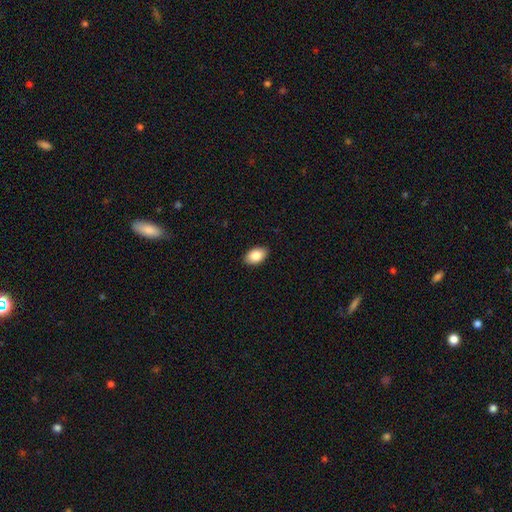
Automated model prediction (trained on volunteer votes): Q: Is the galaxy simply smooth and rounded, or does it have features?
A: smooth — 86%.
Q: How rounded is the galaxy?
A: in between — 91%.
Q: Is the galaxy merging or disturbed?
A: none — 90%.